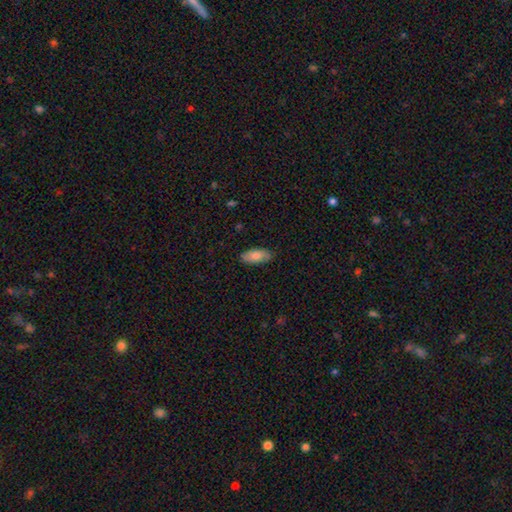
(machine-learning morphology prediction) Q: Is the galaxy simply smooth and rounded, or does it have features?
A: smooth — 83%.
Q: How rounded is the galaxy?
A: in between — 87%.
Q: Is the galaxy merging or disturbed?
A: none — 86%.